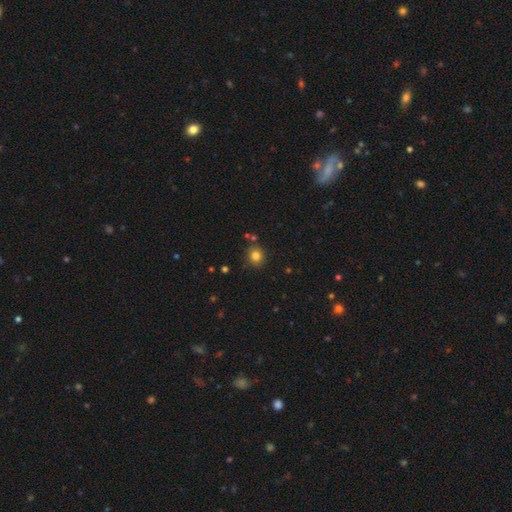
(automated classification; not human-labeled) Q: Smooth or featured?
A: smooth (81%); runner-up: star or artifact (12%)
Q: How rounded?
A: round (85%); runner-up: in between (14%)
Q: Merging?
A: none (84%); runner-up: minor disturbance (9%)